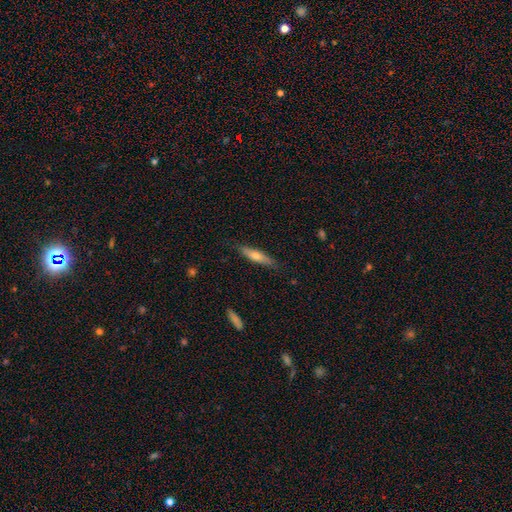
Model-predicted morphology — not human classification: Overall: smooth (54%; featured or disk 40%). How rounded: cigar-shaped (78%). Merging: none (84%).